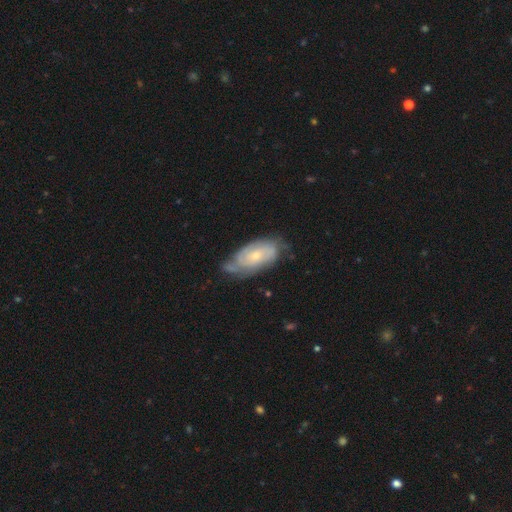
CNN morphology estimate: The model was most divided on "spiral arm count": can't tell: 43%, 2: 32%, 3: 13%, 4: 5%, 1: 5%, more than 4: 3%. More confident: edge-on disk — no (93%); spiral arms — yes (88%); bar — no (73%); smooth or featured — featured or disk (73%); bulge size — small (62%); spiral winding — tight (61%); merging — none (56%).